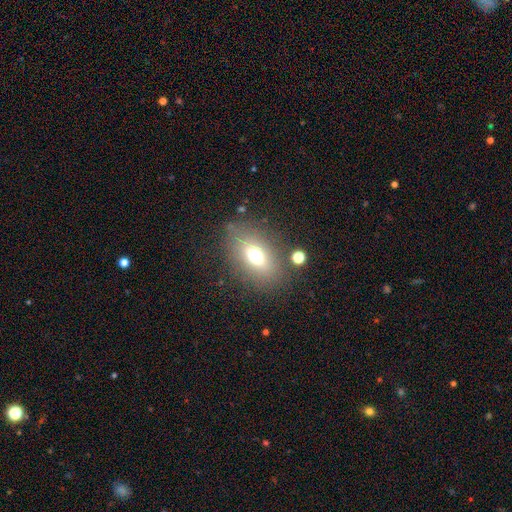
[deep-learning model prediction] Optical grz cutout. It shows a smooth galaxy with no disk features (65%) that is in between round and cigar-shaped (76%). Merging: none (75%).